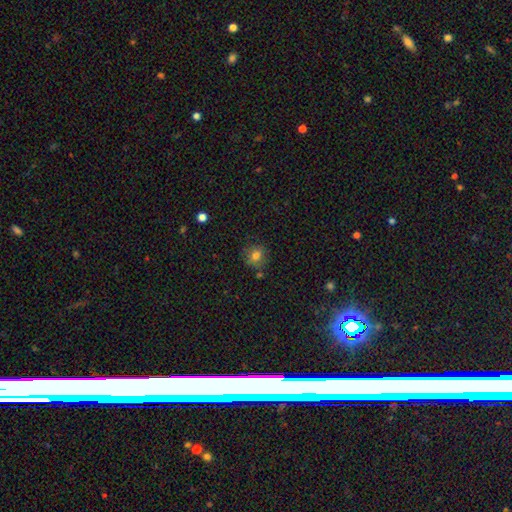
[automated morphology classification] A smooth galaxy with no disk features (77%) that is round (75%).

Vote fractions:
- Smooth or featured? smooth: 77% / star or artifact: 13% / featured or disk: 9%
- How rounded? round: 75% / in between: 24% / cigar-shaped: 1%
- Merging? none: 77% / minor disturbance: 14% / merger: 5% / major disturbance: 4%